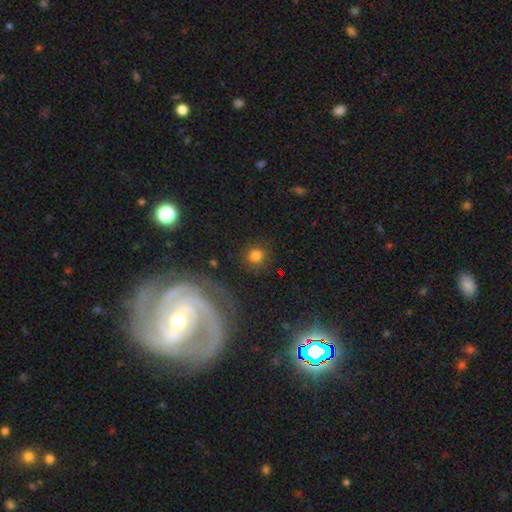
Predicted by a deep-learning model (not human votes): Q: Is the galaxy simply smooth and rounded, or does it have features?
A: smooth — 74%.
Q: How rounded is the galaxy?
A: round — 92%.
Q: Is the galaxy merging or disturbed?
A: none — 85%.